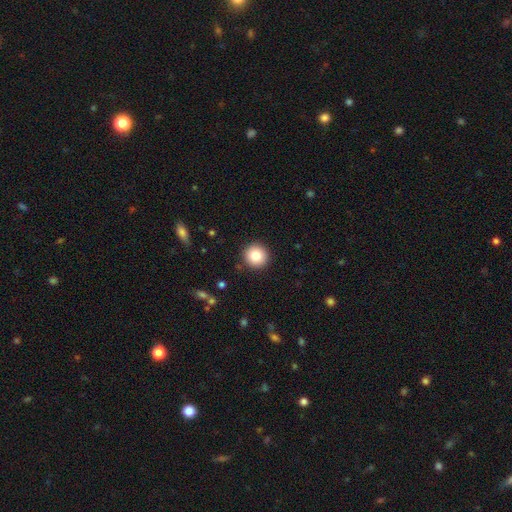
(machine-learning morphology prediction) Overall: smooth (83%). How rounded: round (95%). Merging: none (92%).